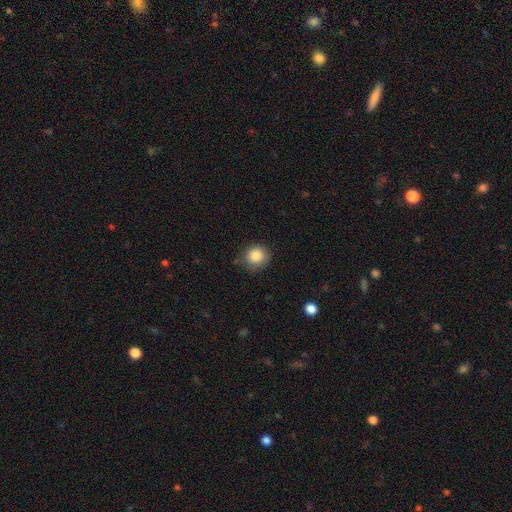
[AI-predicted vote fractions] smooth 87%, star or artifact 9%, featured or disk 4%. Down the decision tree: how rounded — round (89%); merging — none (79%).